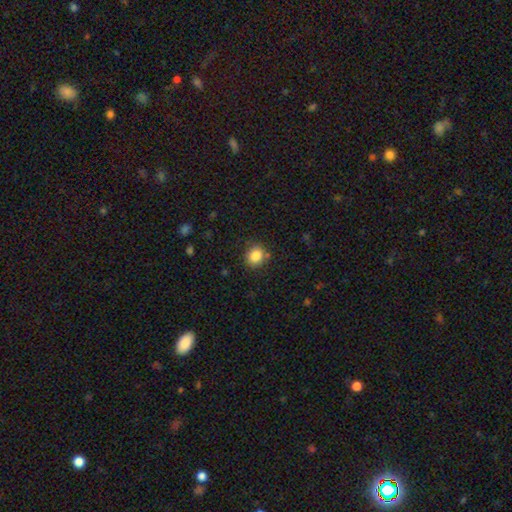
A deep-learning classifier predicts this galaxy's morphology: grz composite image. It shows a smooth galaxy with no disk features (85%) that is round (77%). Merging: none (85%).